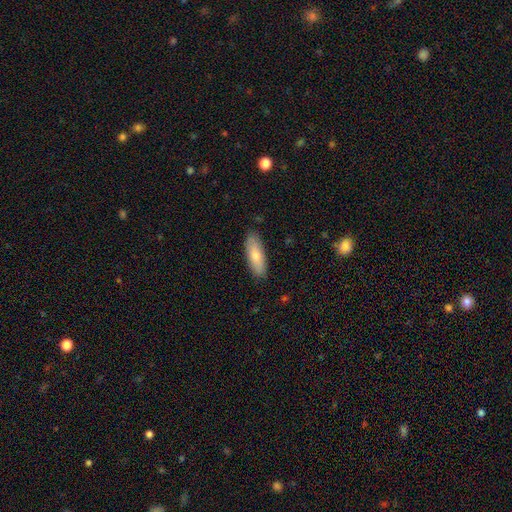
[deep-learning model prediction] Smooth or featured? smooth (74%)
How rounded? in between (67%)
Merging? none (85%)